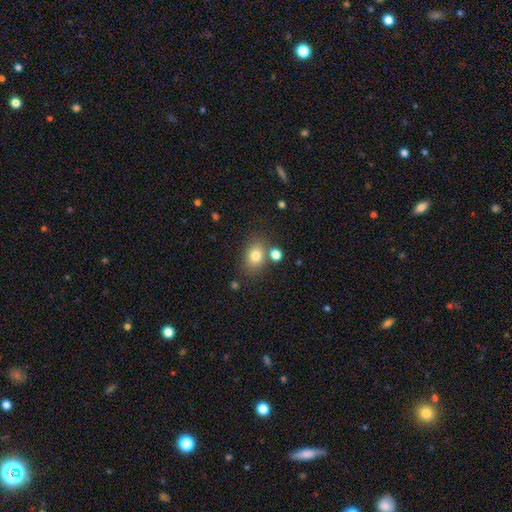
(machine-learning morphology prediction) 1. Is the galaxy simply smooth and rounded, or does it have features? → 79% smooth, 11% star or artifact, 10% featured or disk.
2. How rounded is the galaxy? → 64% in between, 35% round, 1% cigar-shaped.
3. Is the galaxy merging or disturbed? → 70% none, 13% merger, 12% minor disturbance, 4% major disturbance.